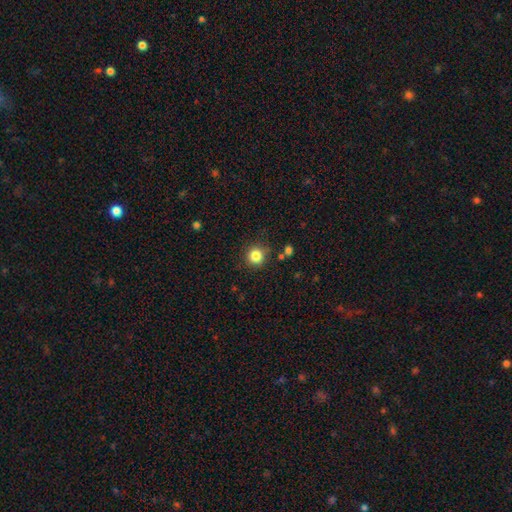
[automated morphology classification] Smooth or featured: smooth — 83% (star or artifact — 12%)
How rounded: round — 93% (in between — 6%)
Merging: none — 85% (minor disturbance — 9%)